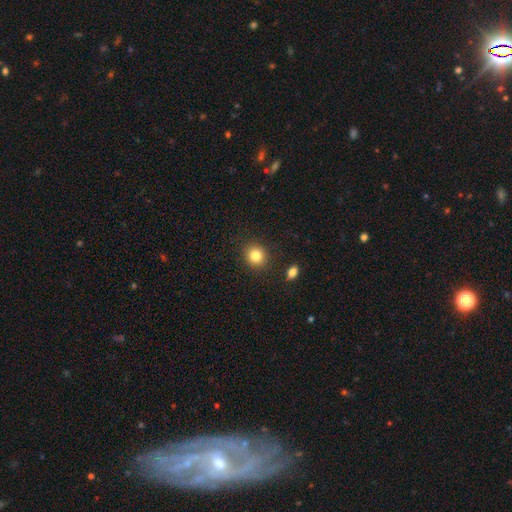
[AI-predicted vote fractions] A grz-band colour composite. It shows a smooth galaxy with no disk features (83%) that is round (85%). Merging: none (88%).